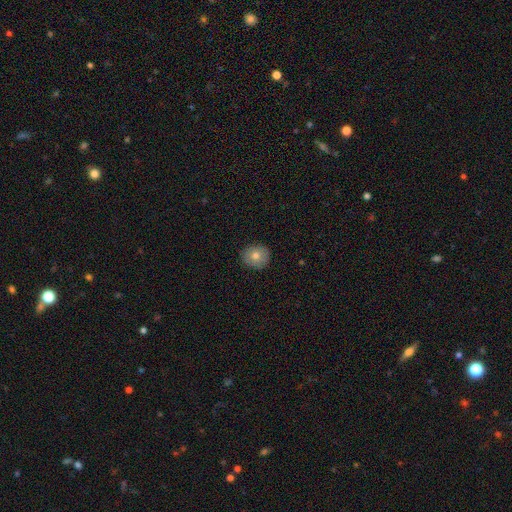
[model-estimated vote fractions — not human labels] Overall: smooth (75%). How rounded: round (84%). Merging: none (89%).